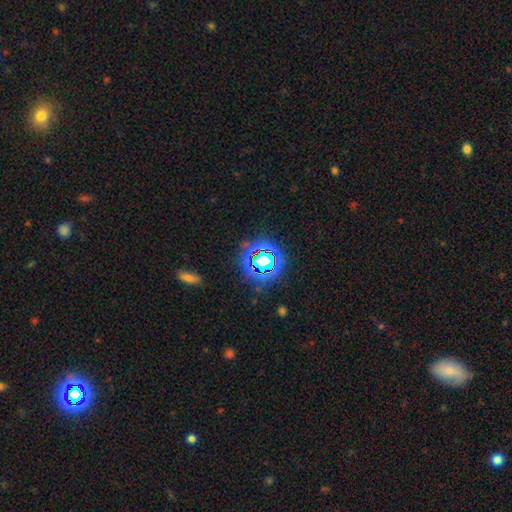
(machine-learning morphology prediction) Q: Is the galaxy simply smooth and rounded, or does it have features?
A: star or artifact — 69%.